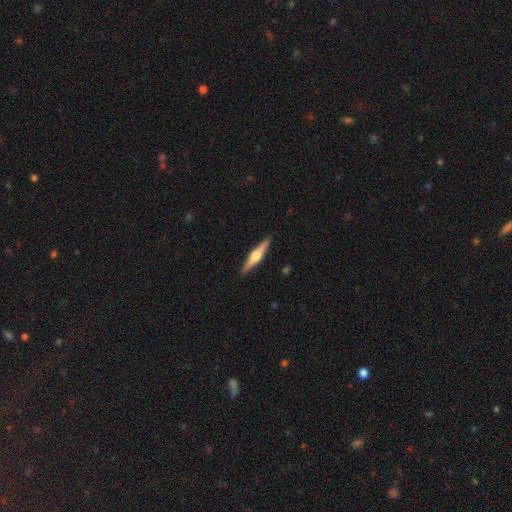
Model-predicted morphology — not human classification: A featured or disk galaxy (71%) viewed edge-on (98%) with a rounded central bulge (92%).

Vote fractions:
- Smooth or featured? featured or disk: 71% / smooth: 25% / star or artifact: 5%
- Edge-on disk? yes: 98% / no: 2%
- Edge-on bulge? rounded: 92% / boxy: 5% / none: 3%
- Merging? none: 92% / minor disturbance: 6% / major disturbance: 1% / merger: 1%